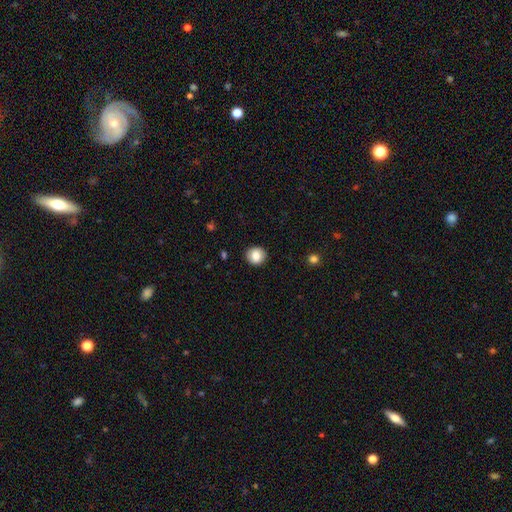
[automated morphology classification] Smooth or featured? Predicted: smooth (p=0.84). How rounded? Predicted: round (p=0.88). Merging? Predicted: none (p=0.90).